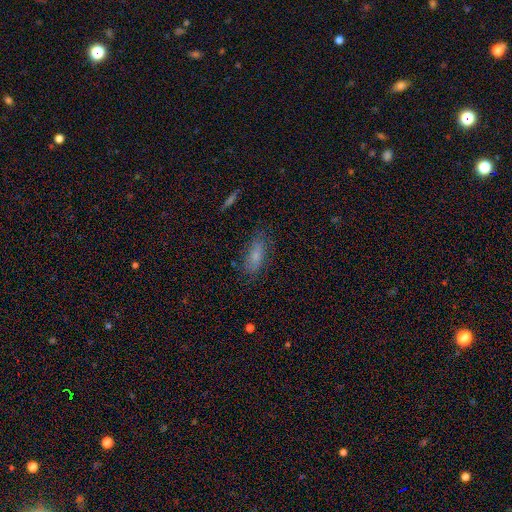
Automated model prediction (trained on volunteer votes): Smooth or featured? smooth (73%)
How rounded? in between (77%)
Merging? none (73%)